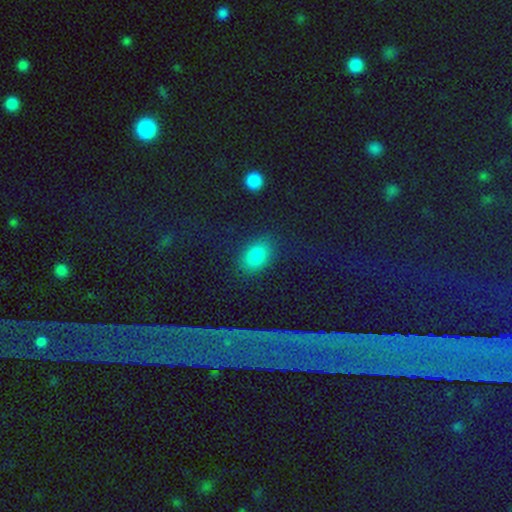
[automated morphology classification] Q: Smooth or featured?
A: smooth (77%); runner-up: star or artifact (15%)
Q: How rounded?
A: in between (80%); runner-up: round (17%)
Q: Merging?
A: none (83%); runner-up: minor disturbance (11%)